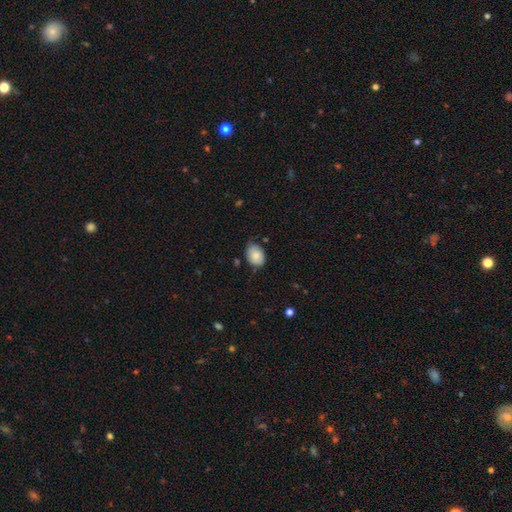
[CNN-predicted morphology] smooth 84%, featured or disk 9%, star or artifact 7%. Down the decision tree: how rounded — in between (75%); merging — none (62%).